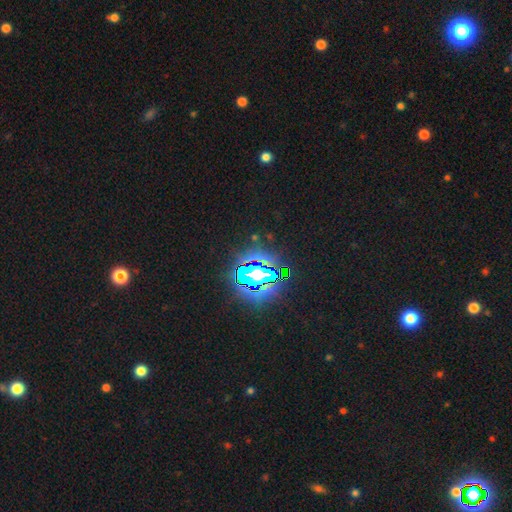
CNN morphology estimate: smooth-or-featured: star or artifact: 84% | smooth: 10% | featured or disk: 7%